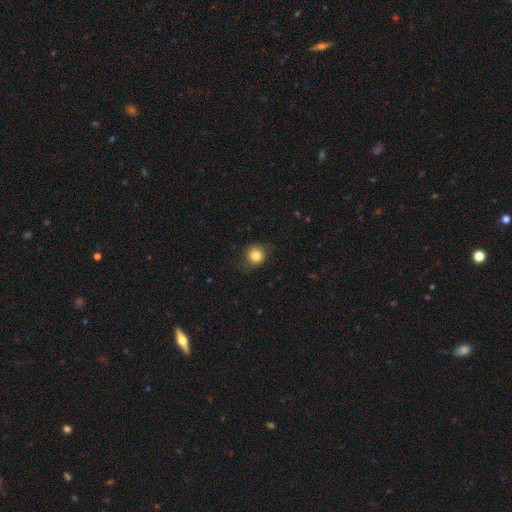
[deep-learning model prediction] Morphology: type=smooth (82%); roundness=round (88%); merging=none (77%).